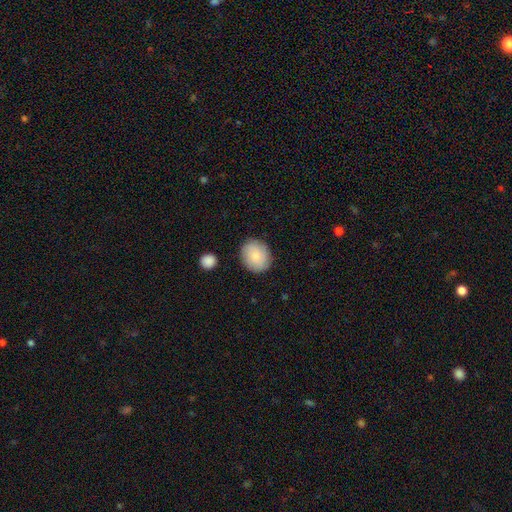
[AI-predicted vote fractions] Smooth or featured: smooth — 85% (featured or disk — 9%)
How rounded: round — 61% (in between — 38%)
Merging: none — 85% (minor disturbance — 10%)